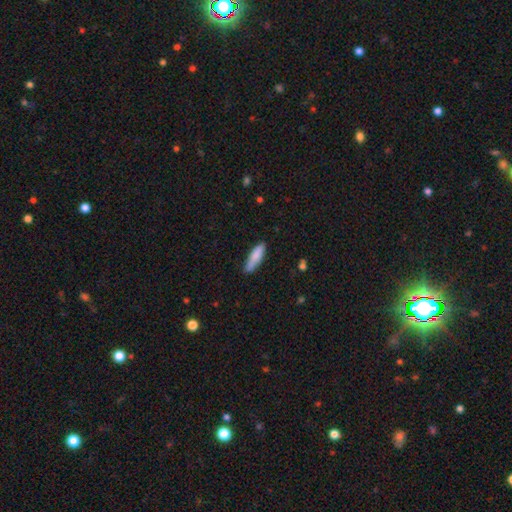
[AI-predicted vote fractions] Smooth or featured? smooth (84%)
How rounded? cigar-shaped (67%)
Merging? none (80%)